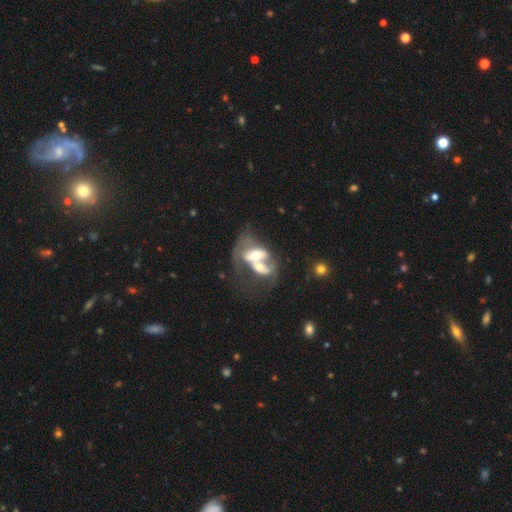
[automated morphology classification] The model was most divided on "smooth or featured": featured or disk: 59%, smooth: 33%, star or artifact: 8%. More confident: edge-on disk — no (93%); merging — merger (77%); bar — no (72%); spiral arms — no (69%); bulge size — moderate (62%).